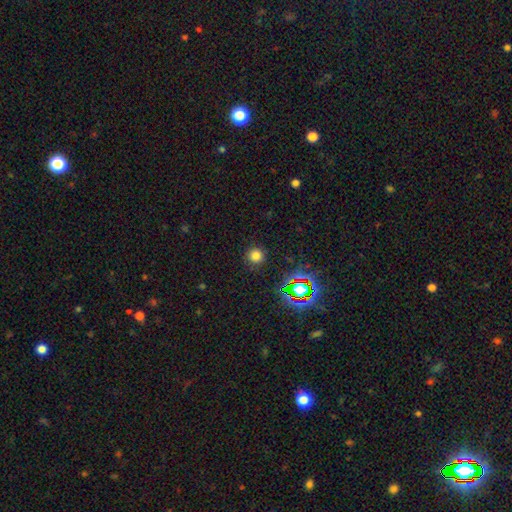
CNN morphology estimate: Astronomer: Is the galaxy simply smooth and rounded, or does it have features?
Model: smooth — 74%.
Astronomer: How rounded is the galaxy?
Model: round — 95%.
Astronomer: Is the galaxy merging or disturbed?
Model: none — 89%.